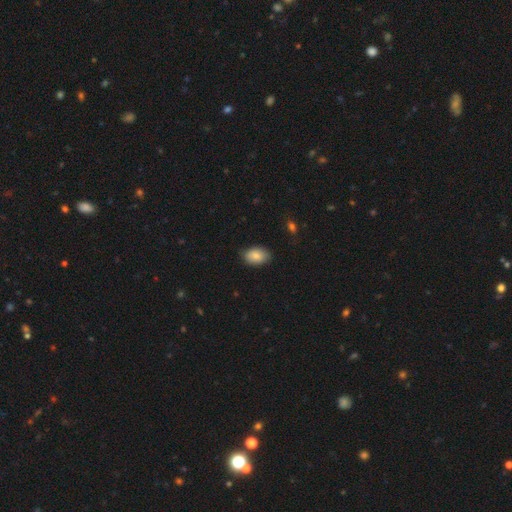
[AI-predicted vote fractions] Smooth or featured?
  - smooth: 84% *
  - featured or disk: 9%
  - star or artifact: 7%
How rounded?
  - in between: 87% *
  - round: 12%
  - cigar-shaped: 1%
Merging?
  - none: 82% *
  - minor disturbance: 15%
  - major disturbance: 3%
  - merger: 1%